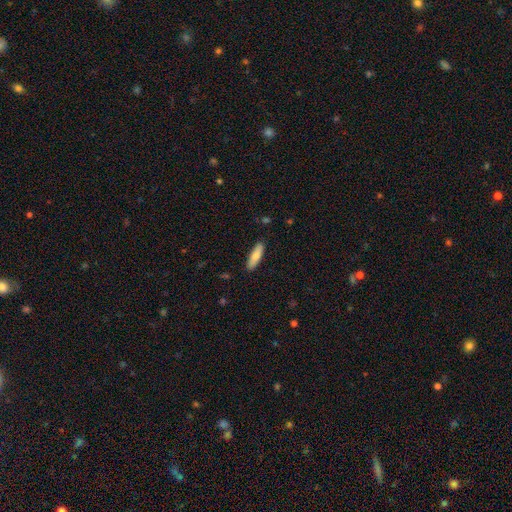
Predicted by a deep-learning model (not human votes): This appears to be a smooth galaxy with no disk features (80%) that is cigar-shaped (55%). Merging: none (88%).